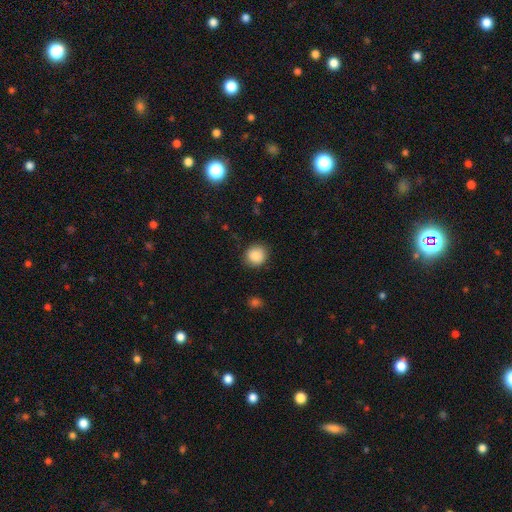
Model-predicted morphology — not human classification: smooth 88%, star or artifact 9%, featured or disk 4%. Down the decision tree: how rounded — round (88%); merging — none (87%).